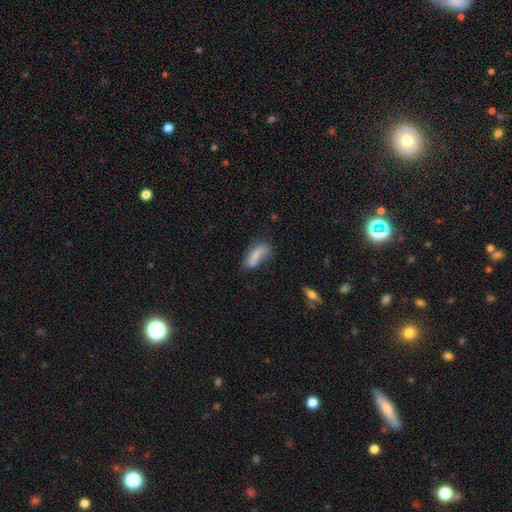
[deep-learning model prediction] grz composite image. It shows a smooth galaxy with no disk features (73%) that is in between round and cigar-shaped (77%). Merging: none (44%).